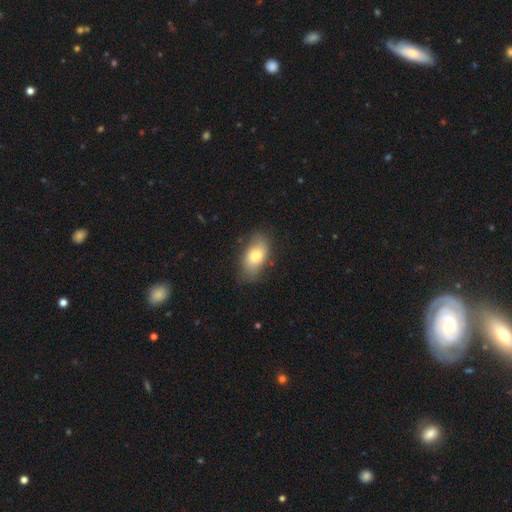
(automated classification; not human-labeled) Smooth or featured?
  - smooth: 77% *
  - featured or disk: 16%
  - star or artifact: 7%
How rounded?
  - in between: 92% *
  - round: 6%
  - cigar-shaped: 3%
Merging?
  - none: 76% *
  - minor disturbance: 18%
  - major disturbance: 4%
  - merger: 1%